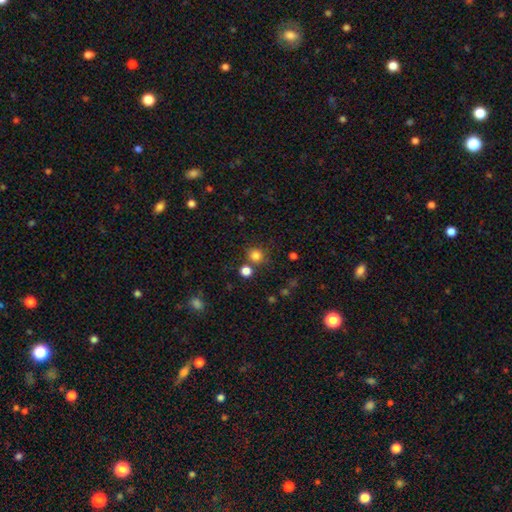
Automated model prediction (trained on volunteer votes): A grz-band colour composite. It shows a smooth galaxy with no disk features (81%) that is round (89%). Merging: none (76%).